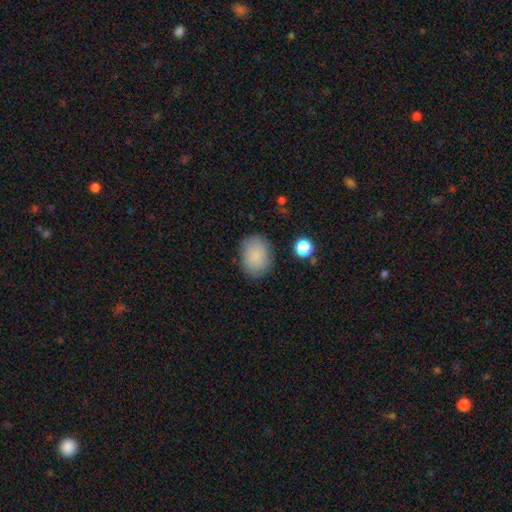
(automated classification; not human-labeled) Q: Smooth or featured?
A: smooth (86%); runner-up: star or artifact (8%)
Q: How rounded?
A: in between (61%); runner-up: round (38%)
Q: Merging?
A: none (82%); runner-up: minor disturbance (12%)